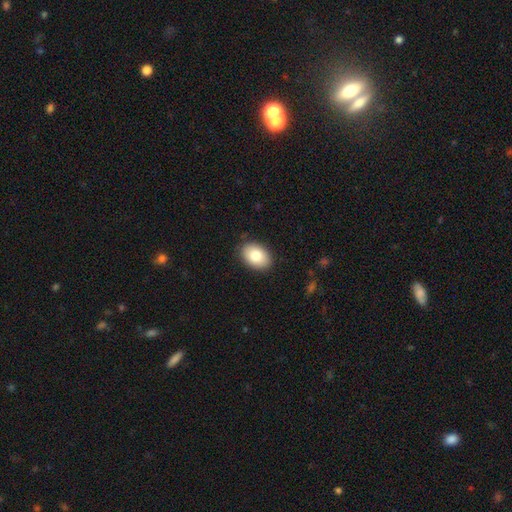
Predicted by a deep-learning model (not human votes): This is clearly a smooth galaxy (83%). How rounded: clearly in between (83%). Merging: clearly none (88%).